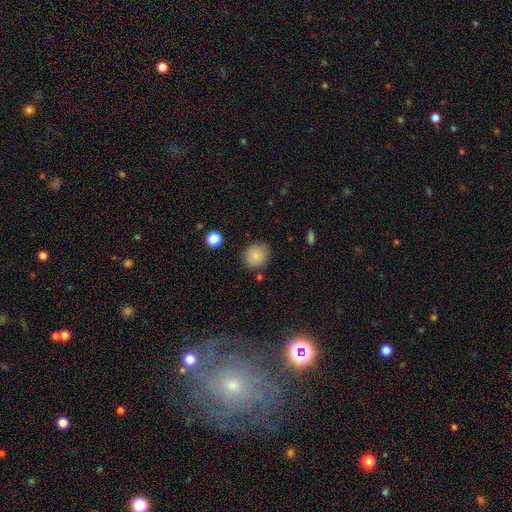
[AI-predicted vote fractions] smooth 84%, star or artifact 9%, featured or disk 7%. Down the decision tree: how rounded — round (72%); merging — none (82%).